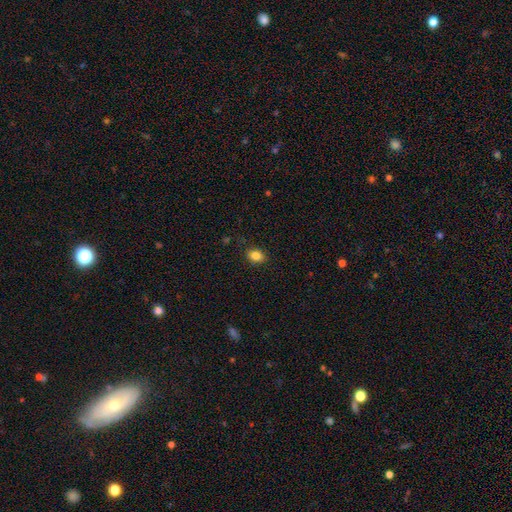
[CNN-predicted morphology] This is clearly a smooth galaxy (85%). How rounded: likely in between (70%). Merging: clearly none (84%).